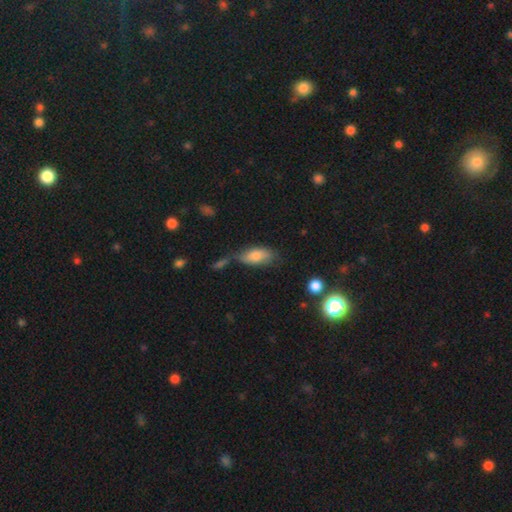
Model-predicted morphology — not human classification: A smooth galaxy with no disk features (78%) that is in between round and cigar-shaped (85%). Merging: none (50%).